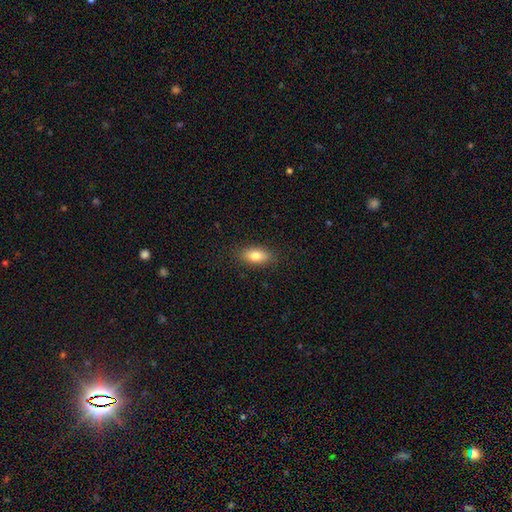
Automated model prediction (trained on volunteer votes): This is clearly a smooth galaxy (81%). How rounded: clearly in between (87%). Merging: clearly none (87%).